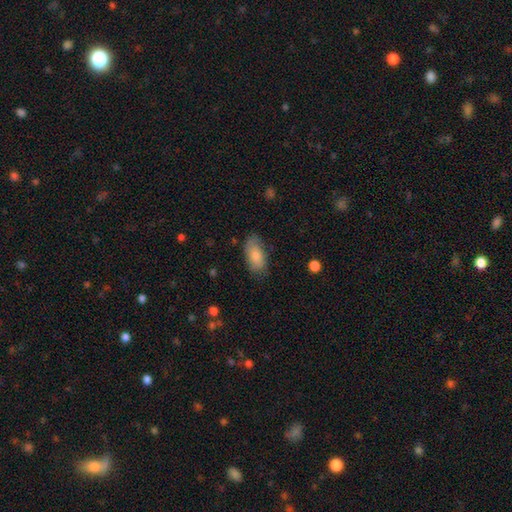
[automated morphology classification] Smooth or featured? Predicted: smooth (p=0.82). How rounded? Predicted: in between (p=0.91). Merging? Predicted: none (p=0.75).